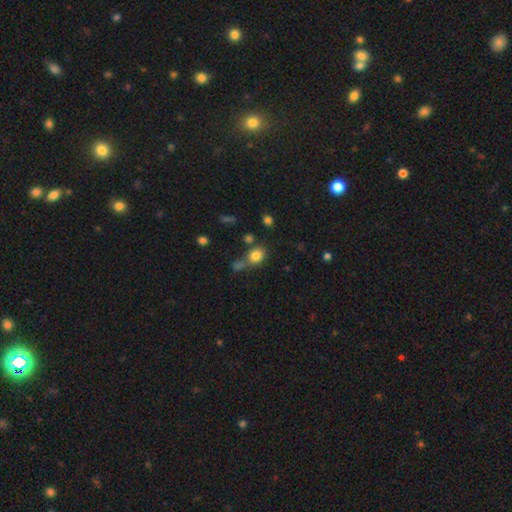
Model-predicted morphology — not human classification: This is clearly a smooth galaxy (81%). How rounded: possibly in between (50%). Merging: possibly none (54%).